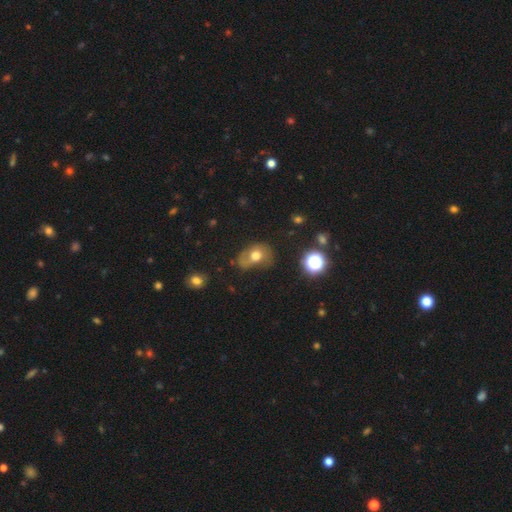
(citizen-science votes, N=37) Q: Smooth or featured?
A: smooth (59%); runner-up: featured or disk (32%)
Q: How rounded?
A: in between (77%); runner-up: round (23%)
Q: Merging?
A: minor disturbance (41%); runner-up: major disturbance (32%)